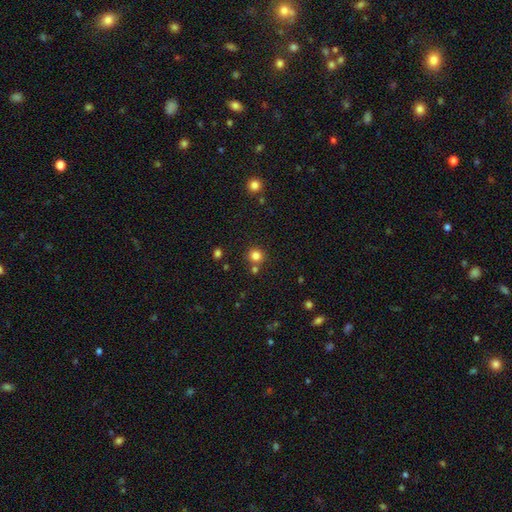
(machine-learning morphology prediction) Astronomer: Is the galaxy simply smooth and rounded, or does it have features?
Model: smooth — 81%.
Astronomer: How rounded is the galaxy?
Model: round — 91%.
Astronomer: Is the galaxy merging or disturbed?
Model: none — 75%.